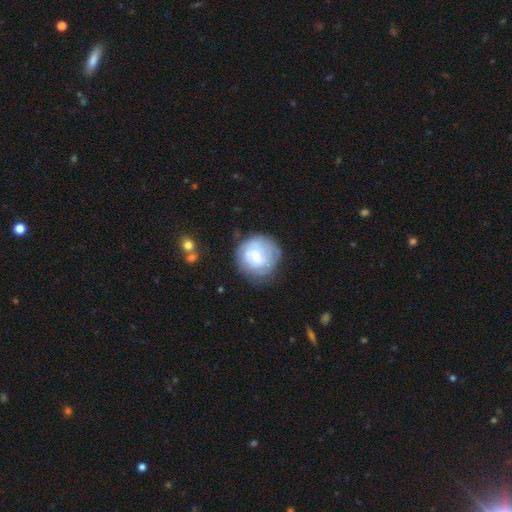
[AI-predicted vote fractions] smooth_or_featured: featured or disk (p=0.64) [alt: smooth p=0.30]
disk_edge_on: no (p=0.98) [alt: yes p=0.02]
bar: weak (p=0.48) [alt: no p=0.44]
has_spiral_arms: yes (p=0.86) [alt: no p=0.14]
spiral_winding: tight (p=0.65) [alt: medium p=0.26]
spiral_arm_count: can't tell (p=0.49) [alt: 2 p=0.21]
bulge_size: small (p=0.50) [alt: moderate p=0.37]
merging: none (p=0.73) [alt: minor disturbance p=0.17]